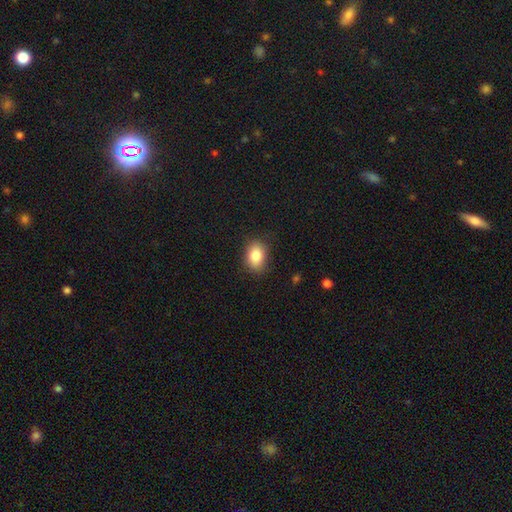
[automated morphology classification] The model was most divided on "how rounded": in between: 77%, round: 22%, cigar-shaped: 1%. More confident: smooth or featured — smooth (85%); merging — none (83%).